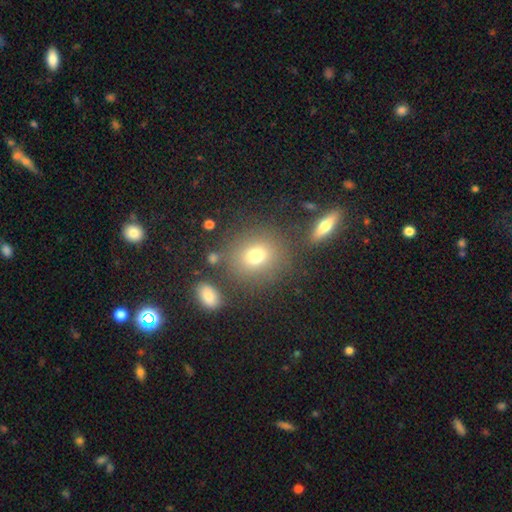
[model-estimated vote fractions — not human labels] Smooth or featured: smooth — 73% (star or artifact — 15%)
How rounded: round — 75% (in between — 24%)
Merging: none — 78% (minor disturbance — 11%)